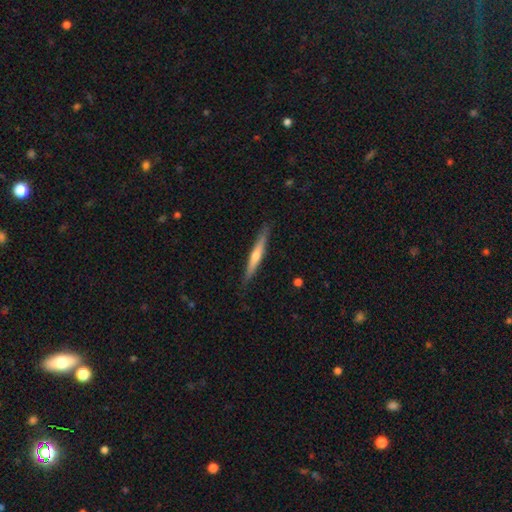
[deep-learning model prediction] Smooth or featured?
  - featured or disk: 58% *
  - smooth: 36%
  - star or artifact: 5%
Edge-on disk?
  - yes: 96% *
  - no: 4%
Edge-on bulge?
  - rounded: 77% *
  - none: 18%
  - boxy: 4%
Merging?
  - none: 88% *
  - minor disturbance: 10%
  - major disturbance: 2%
  - merger: 1%